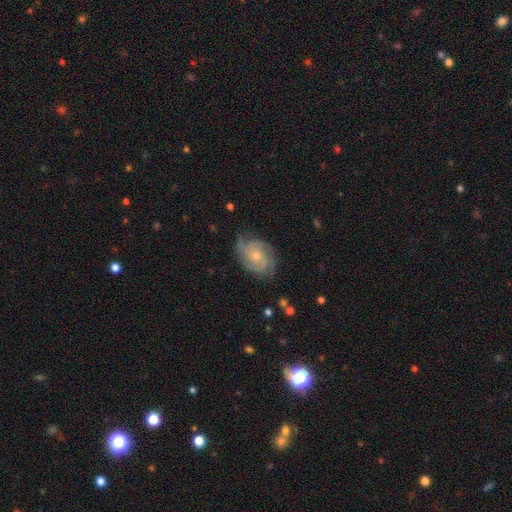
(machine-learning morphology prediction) type=featured or disk (80%); edge-on=no (97%); bar=no (77%); spiral arms=yes (96%); winding=tight (53%); arm count=3 (29%); bulge=small (60%); merging=none (73%).